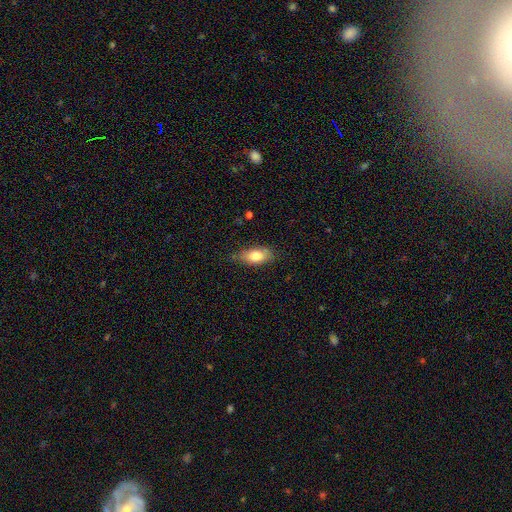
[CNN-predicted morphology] Smooth or featured? smooth (75%)
How rounded? in between (86%)
Merging? none (70%)